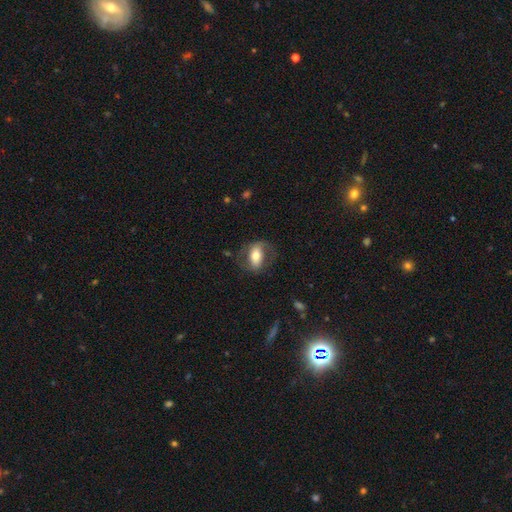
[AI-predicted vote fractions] smooth 54%, featured or disk 40%, star or artifact 7%. Down the decision tree: how rounded — in between (84%); merging — none (64%).